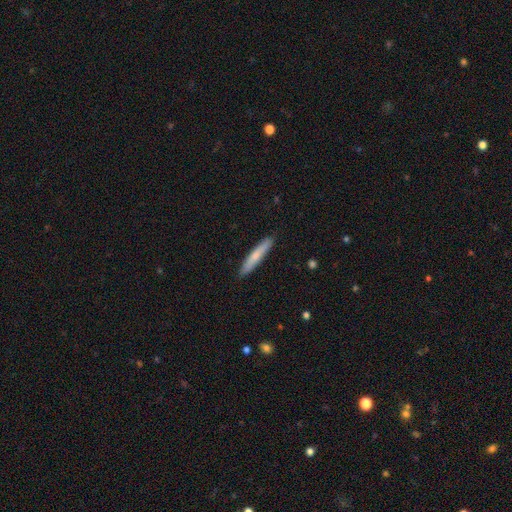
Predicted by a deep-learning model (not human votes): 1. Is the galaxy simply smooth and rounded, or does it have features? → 69% smooth, 26% featured or disk, 5% star or artifact.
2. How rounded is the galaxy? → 94% cigar-shaped, 5% in between, 1% round.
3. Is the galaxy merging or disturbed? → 90% none, 7% minor disturbance, 1% major disturbance, 1% merger.